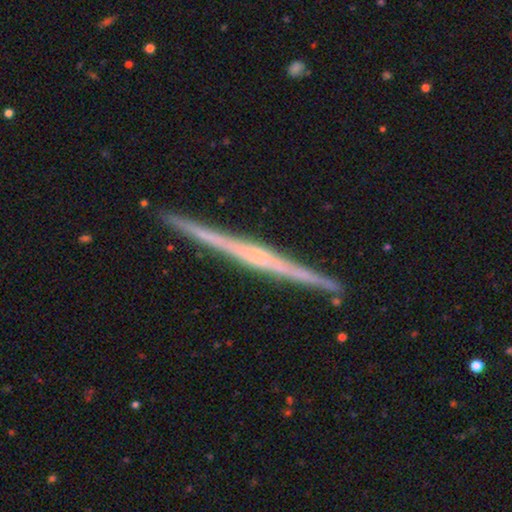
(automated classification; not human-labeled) Q: Smooth or featured?
A: featured or disk (81%); runner-up: smooth (14%)
Q: Edge-on disk?
A: yes (99%); runner-up: no (1%)
Q: Edge-on bulge?
A: none (50%); runner-up: rounded (34%)
Q: Merging?
A: none (92%); runner-up: minor disturbance (6%)